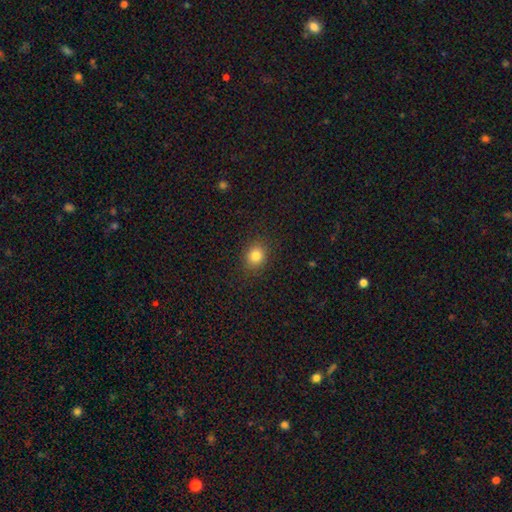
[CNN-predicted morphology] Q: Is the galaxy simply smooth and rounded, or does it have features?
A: smooth — 82%.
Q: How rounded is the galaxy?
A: round — 66%.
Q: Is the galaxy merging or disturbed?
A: none — 87%.